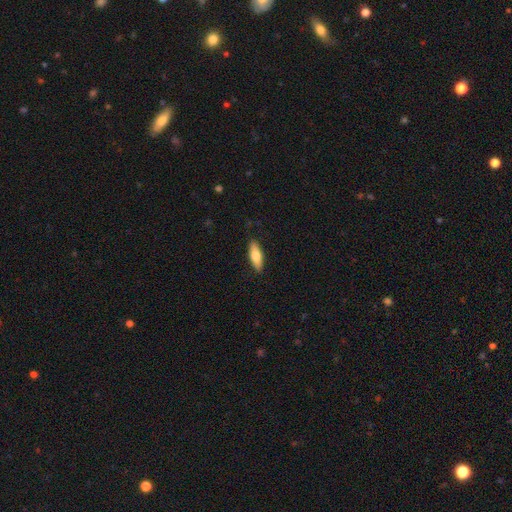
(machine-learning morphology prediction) Smooth or featured? smooth (72%)
How rounded? in between (57%)
Merging? none (88%)